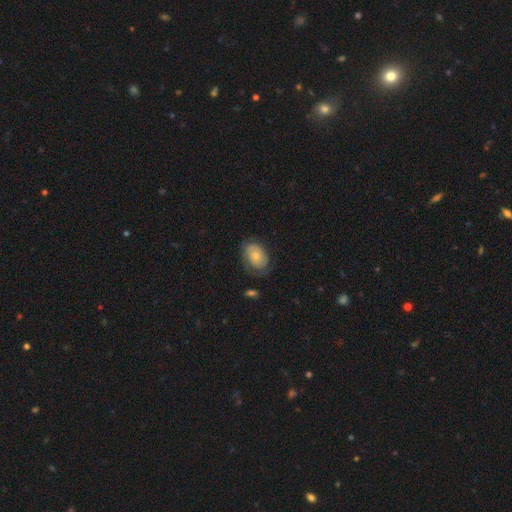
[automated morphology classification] The model was most divided on "smooth or featured": featured or disk: 48%, smooth: 45%, star or artifact: 7%. More confident: merging — none (58%).